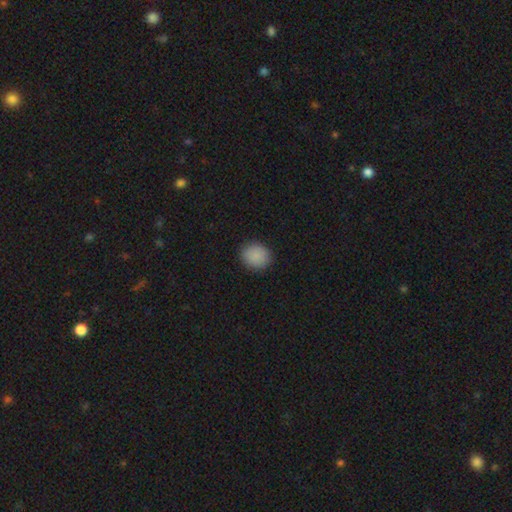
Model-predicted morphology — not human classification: type=smooth (88%); roundness=round (76%); merging=none (89%).